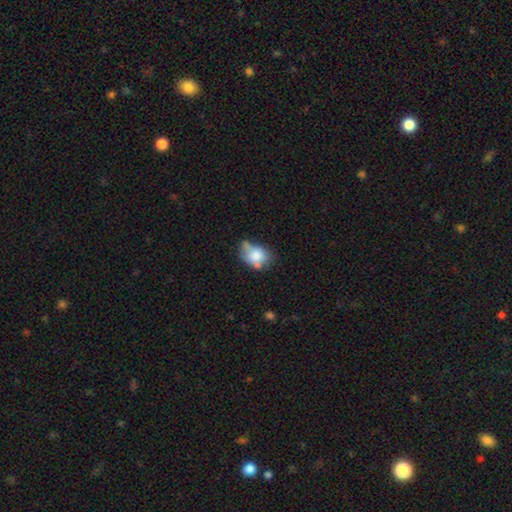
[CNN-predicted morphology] This is likely a smooth galaxy (71%). How rounded: likely in between (65%). Merging: marginally none (34%).